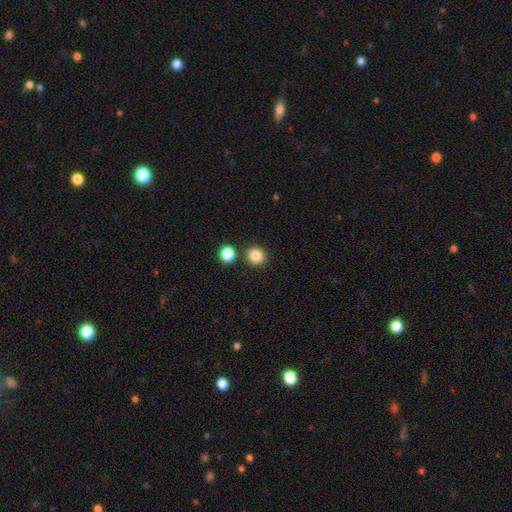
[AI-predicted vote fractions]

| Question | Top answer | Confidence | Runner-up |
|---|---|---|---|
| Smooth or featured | smooth | 85% | star or artifact (11%) |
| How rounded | round | 84% | in between (15%) |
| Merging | none | 84% | minor disturbance (7%) |